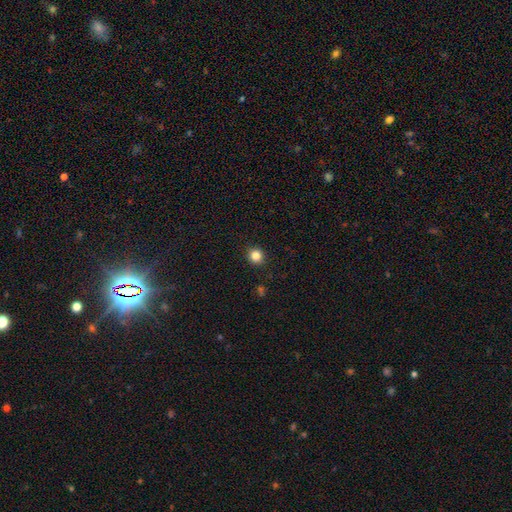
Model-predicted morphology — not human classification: smooth_or_featured: smooth (p=0.83) [alt: star or artifact p=0.12]
how_rounded: round (p=0.91) [alt: in between p=0.08]
merging: none (p=0.92) [alt: minor disturbance p=0.05]